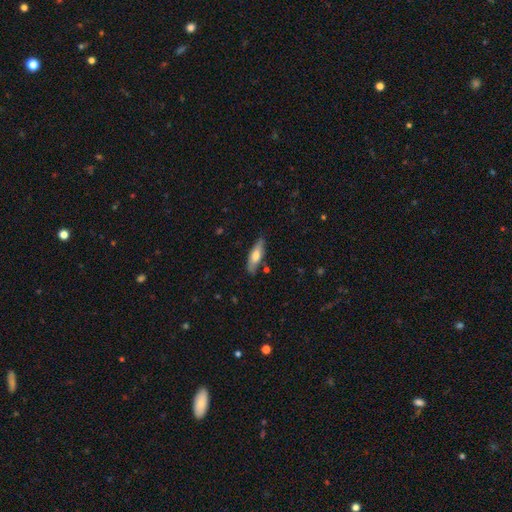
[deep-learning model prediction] Q: Smooth or featured?
A: smooth (64%); runner-up: featured or disk (30%)
Q: How rounded?
A: cigar-shaped (50%); runner-up: in between (48%)
Q: Merging?
A: none (81%); runner-up: minor disturbance (14%)